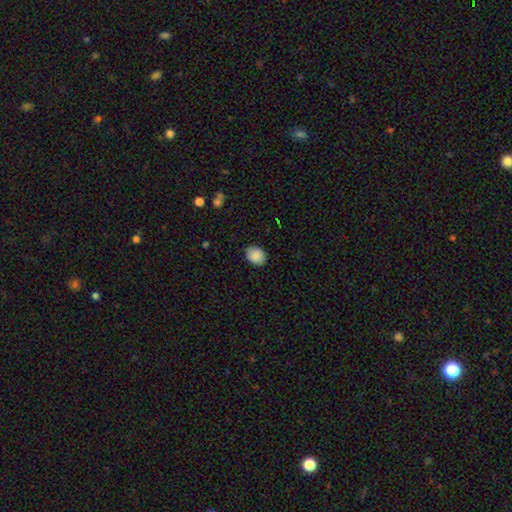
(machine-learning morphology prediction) Q: Smooth or featured?
A: smooth (89%); runner-up: star or artifact (7%)
Q: How rounded?
A: in between (57%); runner-up: round (42%)
Q: Merging?
A: none (83%); runner-up: minor disturbance (13%)